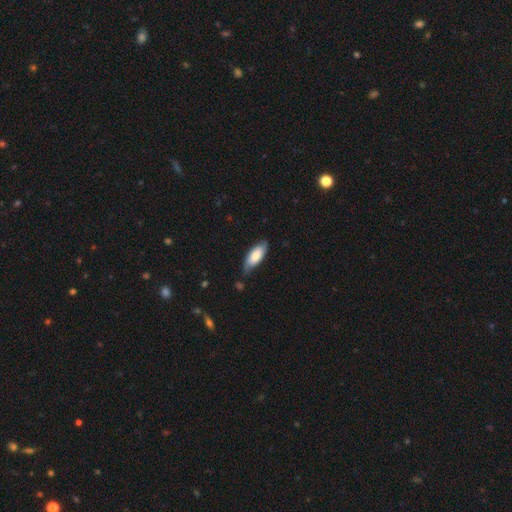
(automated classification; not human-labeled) Smooth or featured?
  - smooth: 72% *
  - featured or disk: 22%
  - star or artifact: 6%
How rounded?
  - in between: 76% *
  - cigar-shaped: 22%
  - round: 2%
Merging?
  - none: 68% *
  - minor disturbance: 25%
  - major disturbance: 4%
  - merger: 3%